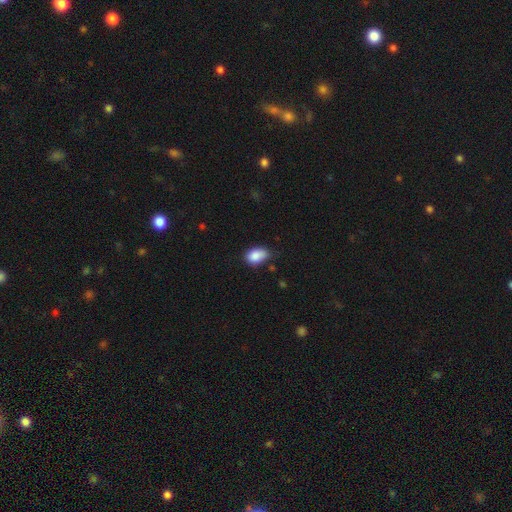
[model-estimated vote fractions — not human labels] smooth-or-featured: smooth: 87% | star or artifact: 8% | featured or disk: 5%
  how-rounded: in between: 84% | round: 14% | cigar-shaped: 1%
  merging: none: 56% | minor disturbance: 35% | major disturbance: 6% | merger: 3%